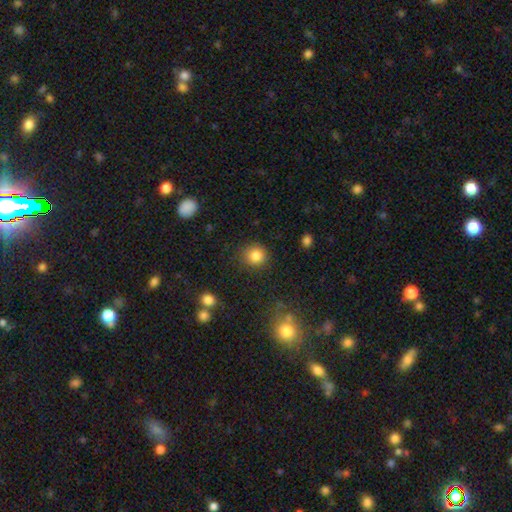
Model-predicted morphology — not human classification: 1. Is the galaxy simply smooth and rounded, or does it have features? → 84% smooth, 11% star or artifact, 5% featured or disk.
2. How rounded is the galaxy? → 88% round, 11% in between, 1% cigar-shaped.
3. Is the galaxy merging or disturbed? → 86% none, 9% minor disturbance, 3% major disturbance, 2% merger.